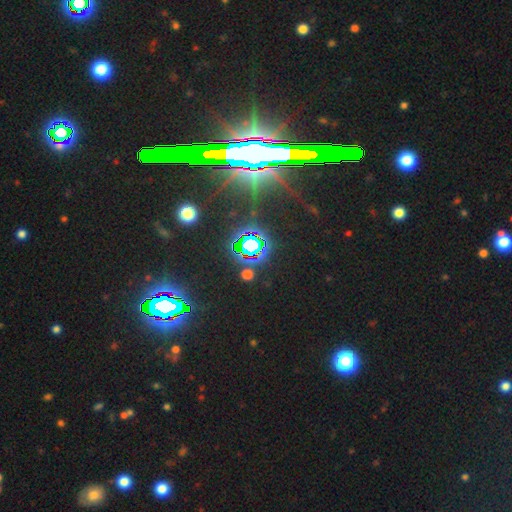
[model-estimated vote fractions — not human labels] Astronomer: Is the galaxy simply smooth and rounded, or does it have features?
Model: star or artifact — 83%.